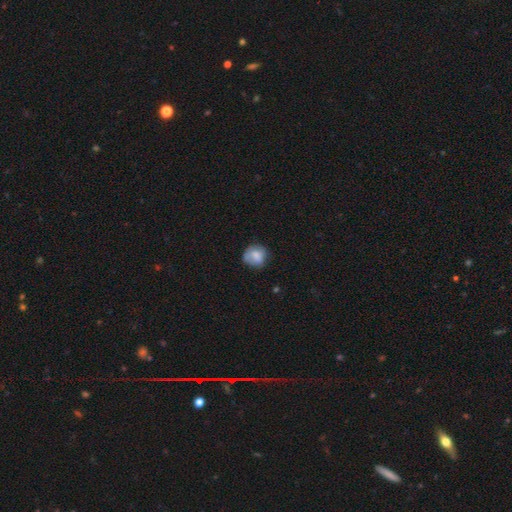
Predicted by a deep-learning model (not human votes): Q: Smooth or featured?
A: smooth (75%); runner-up: featured or disk (17%)
Q: How rounded?
A: round (78%); runner-up: in between (21%)
Q: Merging?
A: none (62%); runner-up: minor disturbance (27%)